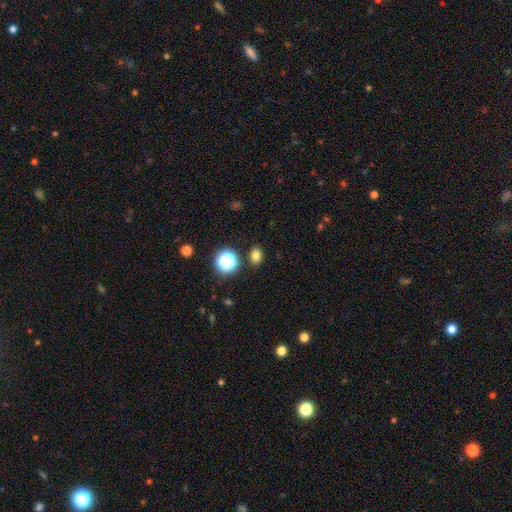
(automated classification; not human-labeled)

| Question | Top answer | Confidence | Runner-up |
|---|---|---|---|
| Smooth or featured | smooth | 77% | star or artifact (17%) |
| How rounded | in between | 59% | round (40%) |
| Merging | none | 86% | minor disturbance (8%) |